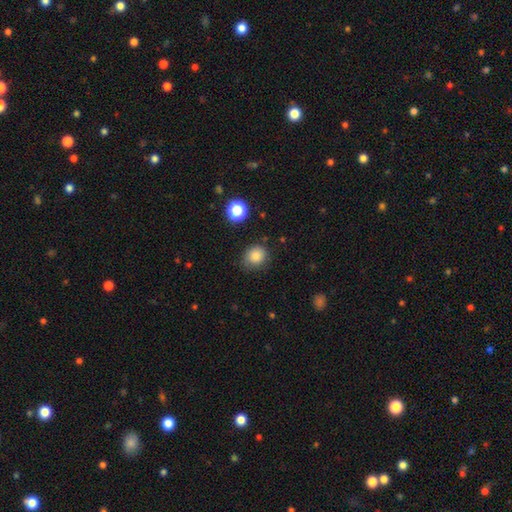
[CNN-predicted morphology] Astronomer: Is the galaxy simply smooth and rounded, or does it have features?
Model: smooth — 83%.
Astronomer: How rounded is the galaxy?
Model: round — 77%.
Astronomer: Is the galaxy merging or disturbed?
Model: none — 75%.